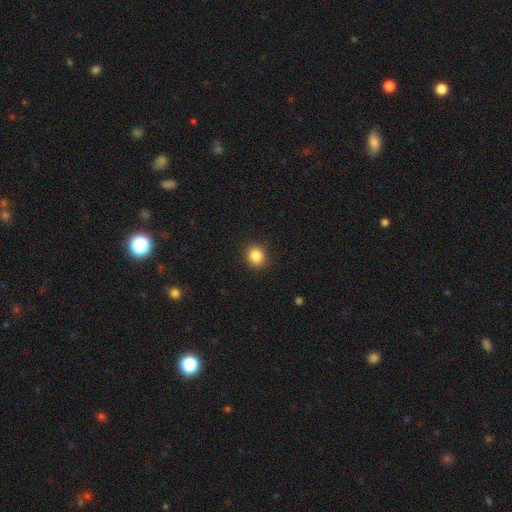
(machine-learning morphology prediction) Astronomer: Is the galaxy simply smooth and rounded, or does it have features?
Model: smooth — 85%.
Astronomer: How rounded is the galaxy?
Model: round — 77%.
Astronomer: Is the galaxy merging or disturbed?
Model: none — 90%.